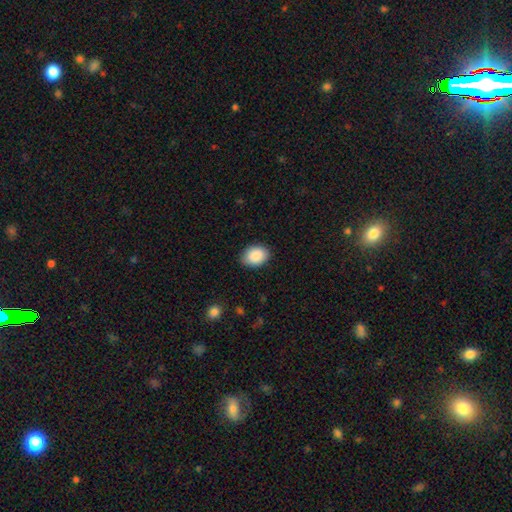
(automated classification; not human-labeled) A smooth galaxy with no disk features (90%) that is in between round and cigar-shaped (76%).

Vote fractions:
- Smooth or featured? smooth: 90% / star or artifact: 7% / featured or disk: 4%
- How rounded? in between: 76% / round: 23% / cigar-shaped: 1%
- Merging? none: 86% / minor disturbance: 11% / major disturbance: 2% / merger: 1%